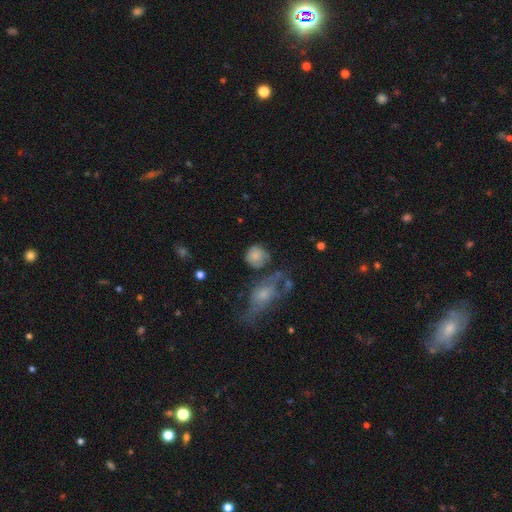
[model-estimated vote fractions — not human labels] Smooth or featured? Predicted: smooth (p=0.74). How rounded? Predicted: round (p=0.80). Merging? Predicted: none (p=0.54).